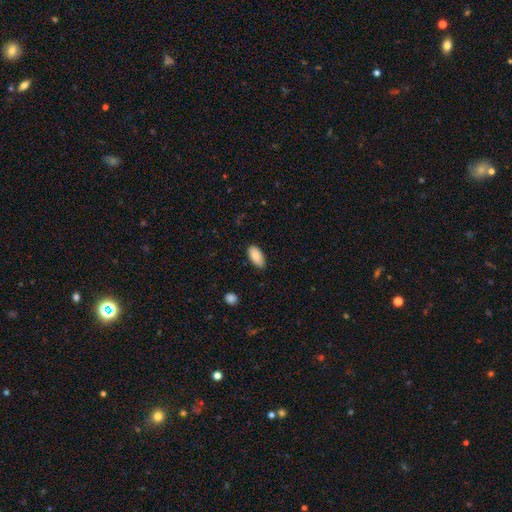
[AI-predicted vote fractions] Morphology: type=smooth (87%); roundness=in between (93%); merging=none (81%).